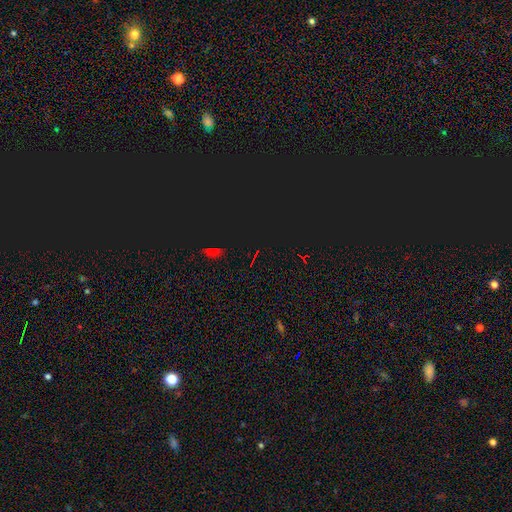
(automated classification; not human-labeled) Smooth or featured?
  - star or artifact: 81% *
  - smooth: 12%
  - featured or disk: 7%